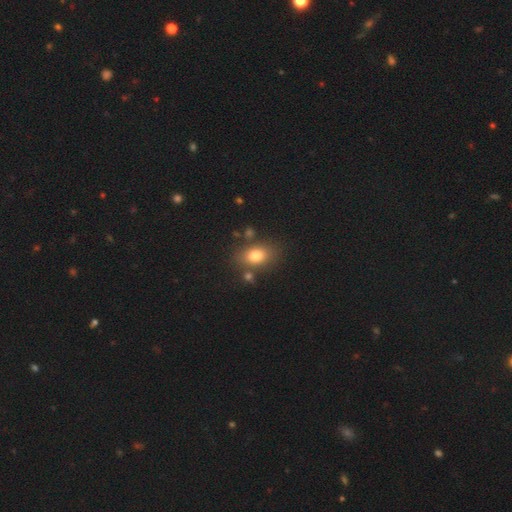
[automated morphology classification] smooth-or-featured: smooth: 78% | star or artifact: 11% | featured or disk: 11%
  how-rounded: in between: 71% | round: 27% | cigar-shaped: 2%
  merging: none: 75% | minor disturbance: 12% | merger: 9% | major disturbance: 4%